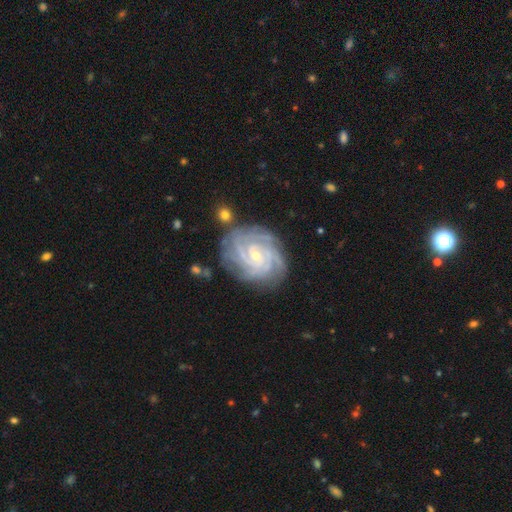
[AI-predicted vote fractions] The model was most divided on "spiral arm count": 4: 34%, can't tell: 19%, 3: 17%, more than 4: 15%, 2: 9%, 1: 7%. More confident: spiral arms — yes (98%); edge-on disk — no (97%); smooth or featured — featured or disk (89%); spiral winding — tight (78%); merging — none (78%); bulge size — small (71%); bar — no (59%).